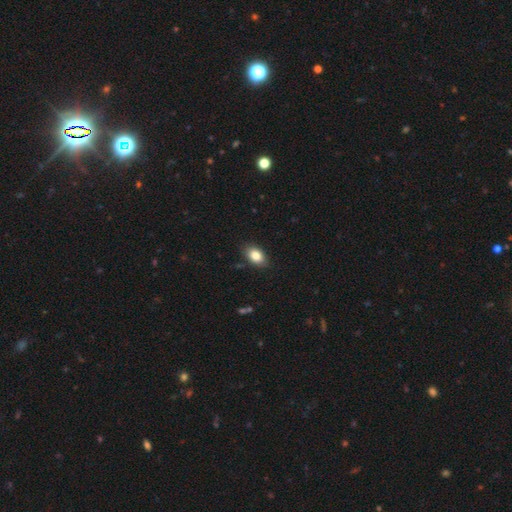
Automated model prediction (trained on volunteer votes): A smooth galaxy with no disk features (84%) that is in between round and cigar-shaped (87%).

Vote fractions:
- Smooth or featured? smooth: 84% / star or artifact: 8% / featured or disk: 8%
- How rounded? in between: 87% / round: 11% / cigar-shaped: 2%
- Merging? none: 86% / minor disturbance: 11% / major disturbance: 2% / merger: 1%